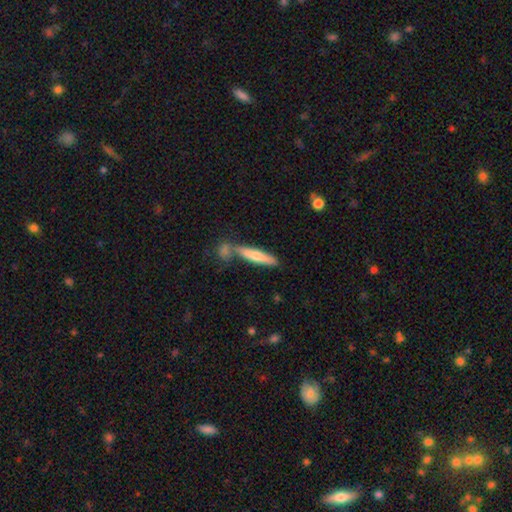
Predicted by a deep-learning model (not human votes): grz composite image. It shows a smooth galaxy with no disk features (64%) that is cigar-shaped (87%). Merging: none (64%).